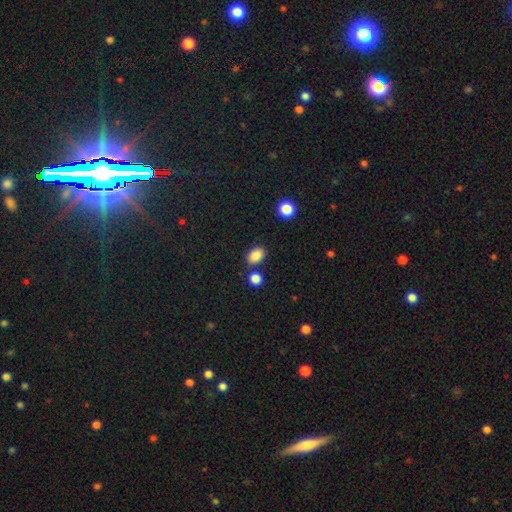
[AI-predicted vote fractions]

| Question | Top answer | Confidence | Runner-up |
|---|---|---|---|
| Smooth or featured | smooth | 87% | star or artifact (10%) |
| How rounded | in between | 77% | round (22%) |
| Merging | none | 78% | minor disturbance (10%) |